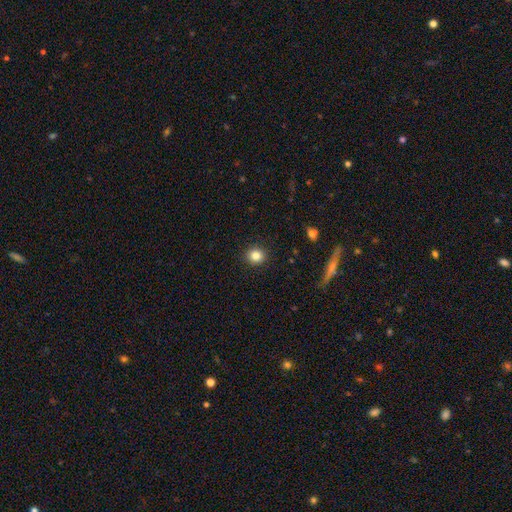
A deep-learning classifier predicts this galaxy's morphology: This appears to be a smooth galaxy with no disk features (83%) that is round (85%). Merging: none (91%).